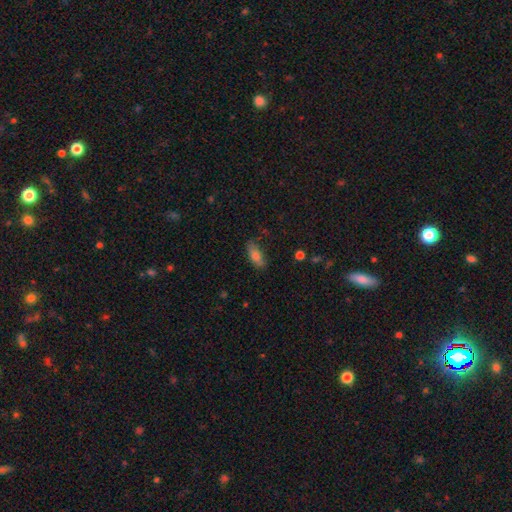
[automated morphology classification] Overall: smooth (79%). How rounded: in between (78%). Merging: none (72%).